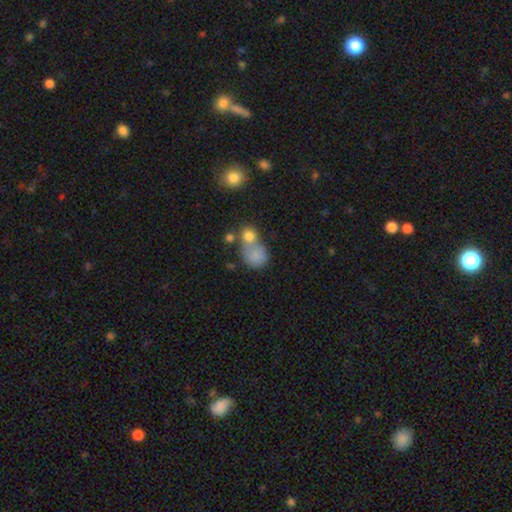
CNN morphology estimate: This is likely a smooth galaxy (78%). How rounded: likely round (72%). Merging: possibly merger (50%).